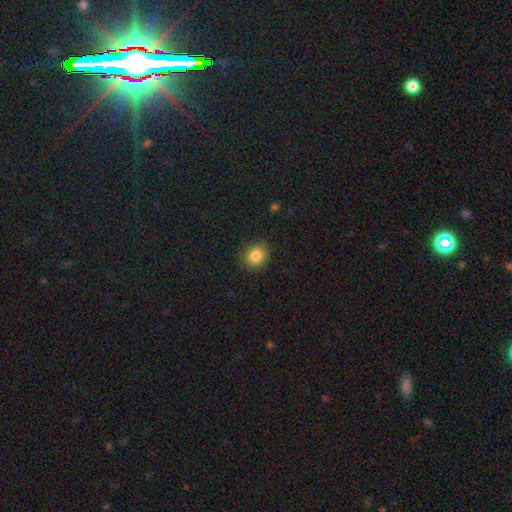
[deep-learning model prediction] A smooth galaxy with no disk features (84%) that is round (80%).

Vote fractions:
- Smooth or featured? smooth: 84% / star or artifact: 10% / featured or disk: 6%
- How rounded? round: 80% / in between: 20% / cigar-shaped: 1%
- Merging? none: 83% / minor disturbance: 13% / major disturbance: 3% / merger: 1%